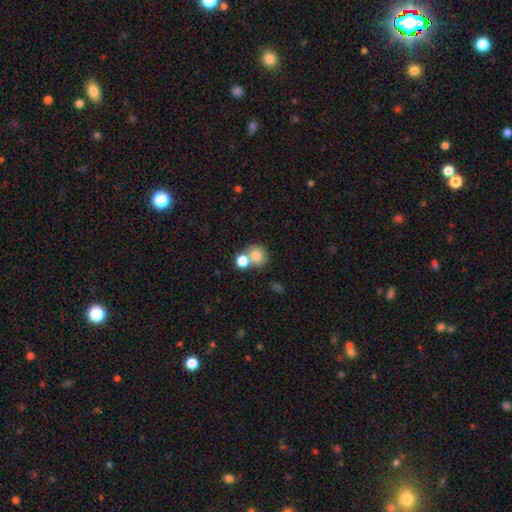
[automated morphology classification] The model was most divided on "merging": none: 47%, merger: 41%, minor disturbance: 8%, major disturbance: 4%. More confident: how rounded — round (80%); smooth or featured — smooth (78%).